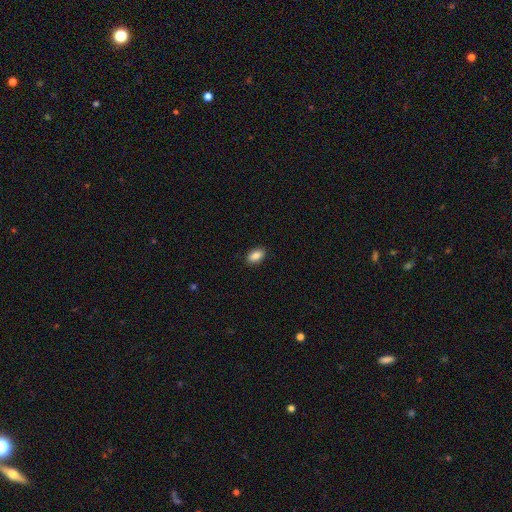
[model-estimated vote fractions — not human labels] The model was most divided on "smooth or featured": smooth: 88%, star or artifact: 8%, featured or disk: 4%. More confident: how rounded — in between (92%); merging — none (89%).